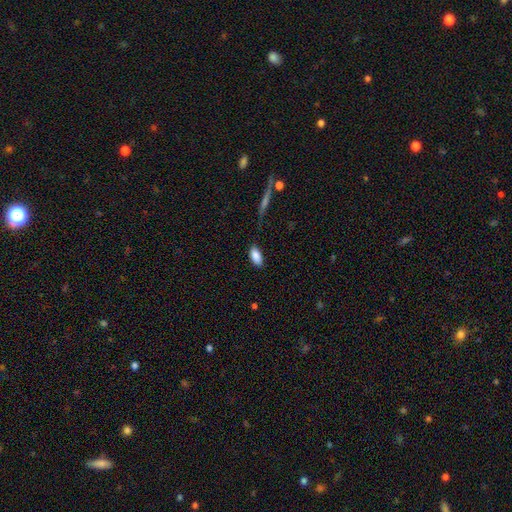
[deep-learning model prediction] Smooth or featured?
  - smooth: 87% *
  - star or artifact: 7%
  - featured or disk: 6%
How rounded?
  - in between: 91% *
  - cigar-shaped: 7%
  - round: 2%
Merging?
  - none: 81% *
  - minor disturbance: 14%
  - major disturbance: 3%
  - merger: 2%